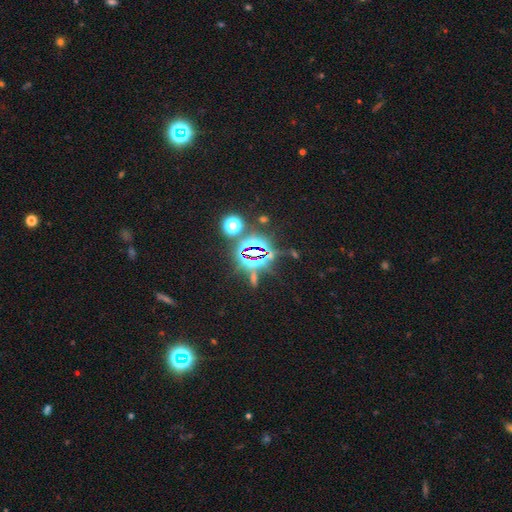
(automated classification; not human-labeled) Overall: star or artifact (77%).